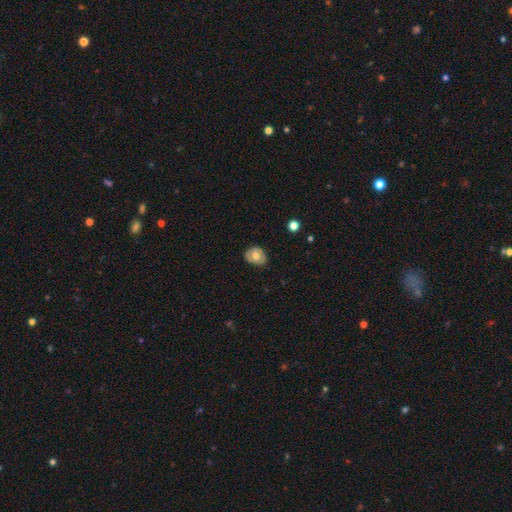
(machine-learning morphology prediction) A smooth galaxy with no disk features (57%) that is in between round and cigar-shaped (50%).

Vote fractions:
- Smooth or featured? smooth: 57% / featured or disk: 35% / star or artifact: 8%
- How rounded? in between: 50% / round: 49% / cigar-shaped: 1%
- Merging? none: 76% / minor disturbance: 19% / major disturbance: 4% / merger: 1%